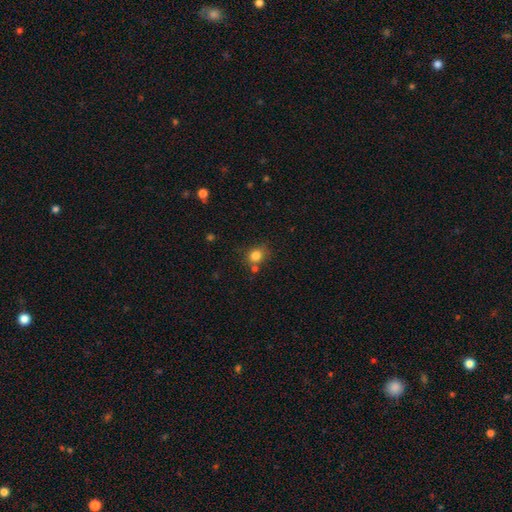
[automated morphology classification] The model was most divided on "how rounded": round: 72%, in between: 27%, cigar-shaped: 1%. More confident: smooth or featured — smooth (81%); merging — none (67%).